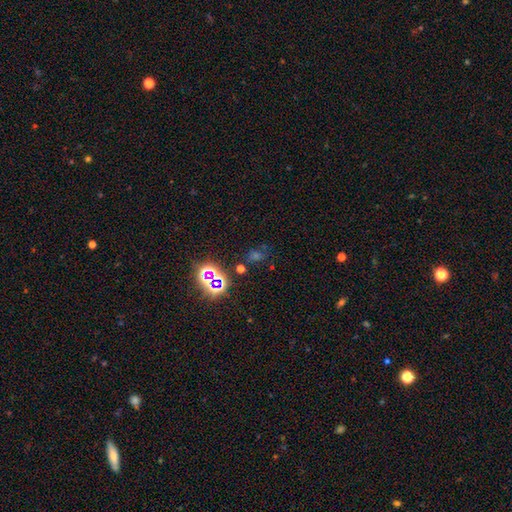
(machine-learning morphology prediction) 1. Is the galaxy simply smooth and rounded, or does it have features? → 64% star or artifact, 25% smooth, 11% featured or disk.